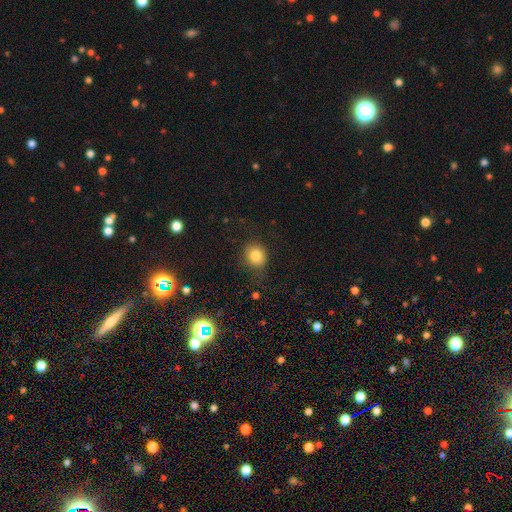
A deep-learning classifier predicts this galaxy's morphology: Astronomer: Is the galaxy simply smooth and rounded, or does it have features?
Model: smooth — 81%.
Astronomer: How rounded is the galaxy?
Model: round — 77%.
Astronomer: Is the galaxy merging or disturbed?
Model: none — 78%.